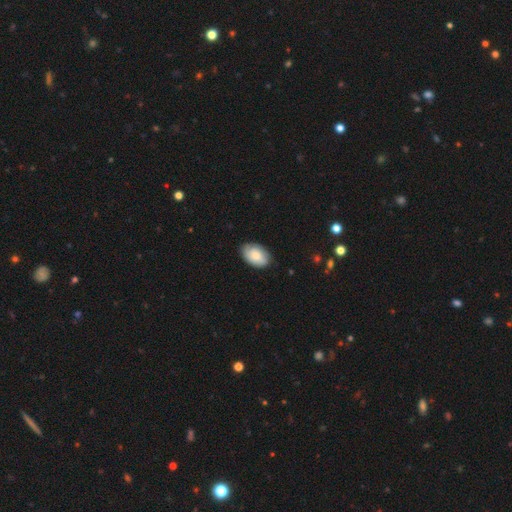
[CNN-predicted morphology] The model was most divided on "smooth or featured": smooth: 76%, featured or disk: 18%, star or artifact: 6%. More confident: how rounded — in between (91%); merging — none (81%).